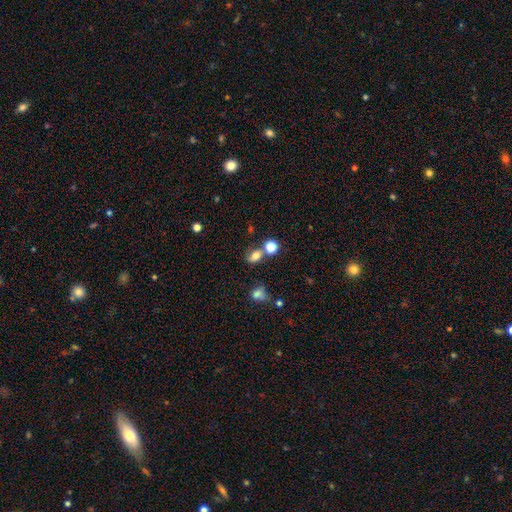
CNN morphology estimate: Smooth or featured?
  - smooth: 70% *
  - star or artifact: 16%
  - featured or disk: 14%
How rounded?
  - in between: 60% *
  - round: 38%
  - cigar-shaped: 2%
Merging?
  - none: 52% *
  - merger: 24%
  - minor disturbance: 17%
  - major disturbance: 8%